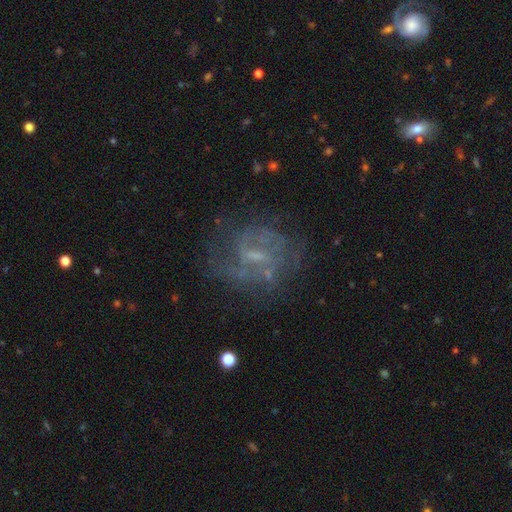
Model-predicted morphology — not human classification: Smooth or featured?
  - featured or disk: 73% *
  - smooth: 14%
  - star or artifact: 13%
Edge-on disk?
  - no: 97% *
  - yes: 3%
Bar?
  - weak: 55% *
  - no: 27%
  - strong: 18%
Spiral arms?
  - yes: 79% *
  - no: 21%
Spiral winding?
  - medium: 43% *
  - tight: 30%
  - loose: 27%
Spiral arm count?
  - 2: 43% *
  - can't tell: 35%
  - 3: 9%
  - 1: 6%
  - 4: 4%
  - more than 4: 3%
Bulge size?
  - small: 50% *
  - none: 30%
  - moderate: 18%
  - large: 1%
  - dominant: 1%
Merging?
  - none: 65% *
  - minor disturbance: 17%
  - major disturbance: 15%
  - merger: 3%